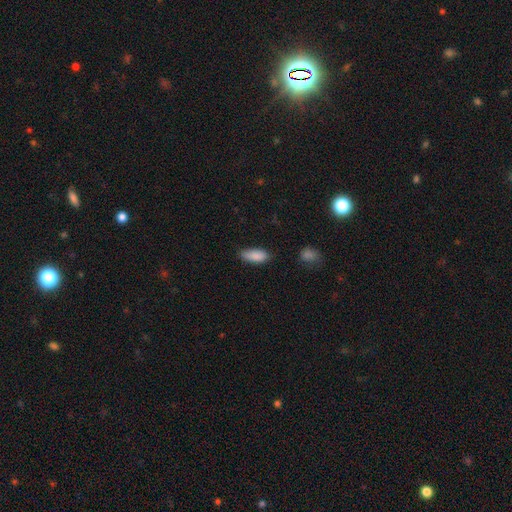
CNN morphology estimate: Smooth or featured: smooth — 88% (star or artifact — 7%)
How rounded: in between — 82% (cigar-shaped — 16%)
Merging: none — 75% (minor disturbance — 20%)